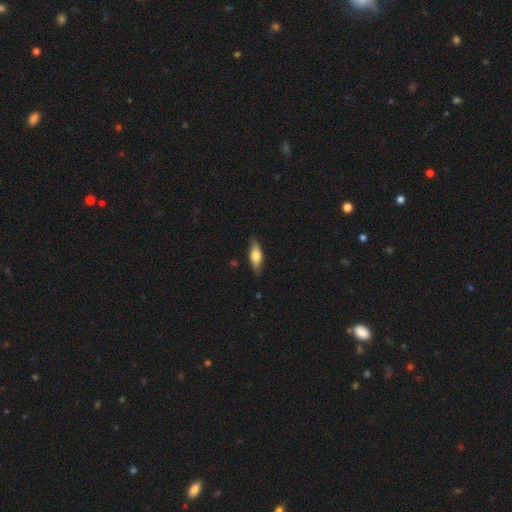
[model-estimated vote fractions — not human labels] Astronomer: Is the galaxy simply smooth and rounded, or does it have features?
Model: smooth — 60% (runner-up: featured or disk, 35%).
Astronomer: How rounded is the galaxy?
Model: in between — 59% (runner-up: cigar-shaped, 38%).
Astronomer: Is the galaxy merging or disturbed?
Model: none — 81%.